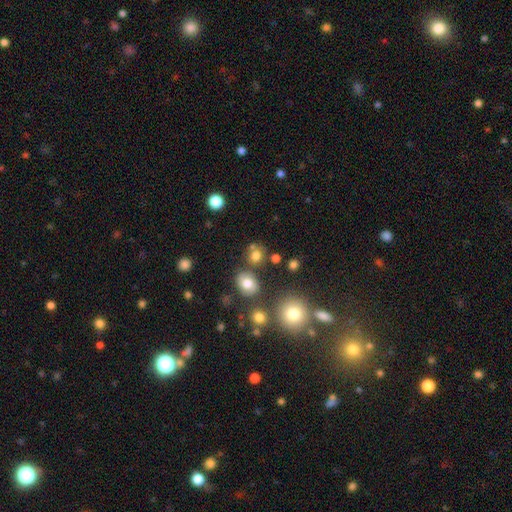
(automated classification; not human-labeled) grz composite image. It shows a smooth galaxy with no disk features (75%) that is round (75%). Merging: none (69%).